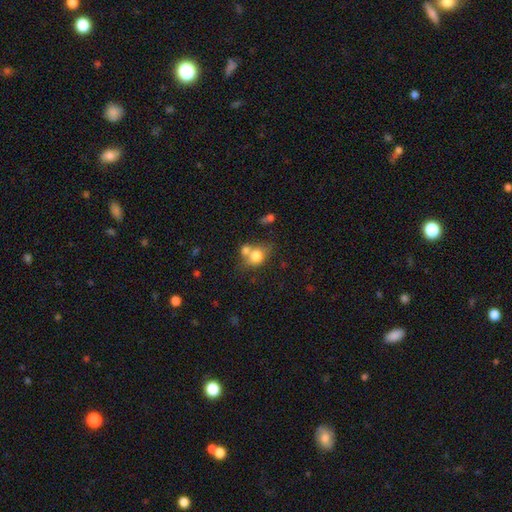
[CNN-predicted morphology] Smooth or featured?
  - smooth: 76% *
  - featured or disk: 14%
  - star or artifact: 10%
How rounded?
  - round: 58% *
  - in between: 41%
  - cigar-shaped: 1%
Merging?
  - merger: 43% *
  - none: 39%
  - minor disturbance: 13%
  - major disturbance: 6%